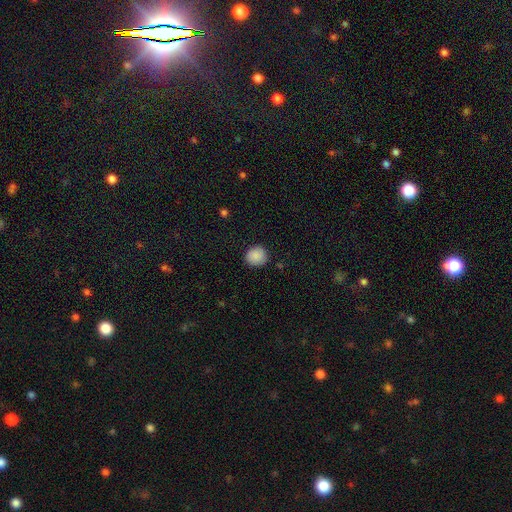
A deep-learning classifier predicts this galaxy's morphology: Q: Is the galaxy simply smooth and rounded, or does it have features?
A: smooth — 89%.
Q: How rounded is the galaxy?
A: round — 87%.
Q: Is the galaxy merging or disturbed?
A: none — 88%.